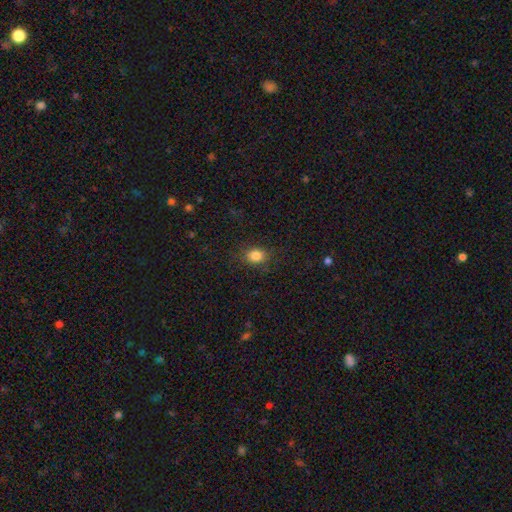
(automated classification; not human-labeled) Smooth or featured?
  - smooth: 83% *
  - star or artifact: 12%
  - featured or disk: 5%
How rounded?
  - round: 52% *
  - in between: 47%
  - cigar-shaped: 1%
Merging?
  - none: 83% *
  - minor disturbance: 12%
  - major disturbance: 4%
  - merger: 1%